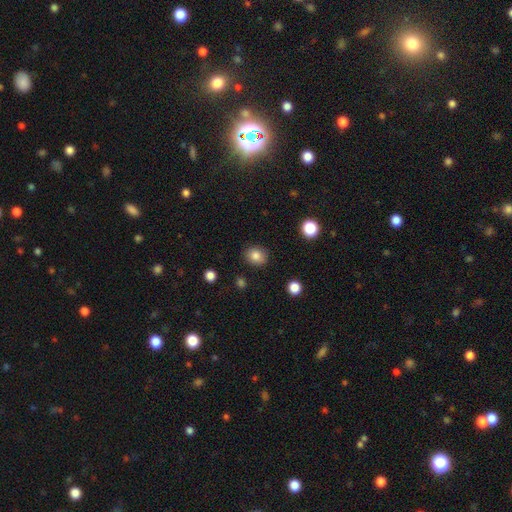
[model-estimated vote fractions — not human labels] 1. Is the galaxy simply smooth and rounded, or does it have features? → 83% smooth, 10% star or artifact, 6% featured or disk.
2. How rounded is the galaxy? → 69% round, 31% in between, 1% cigar-shaped.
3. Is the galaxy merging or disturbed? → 87% none, 9% minor disturbance, 3% major disturbance, 1% merger.